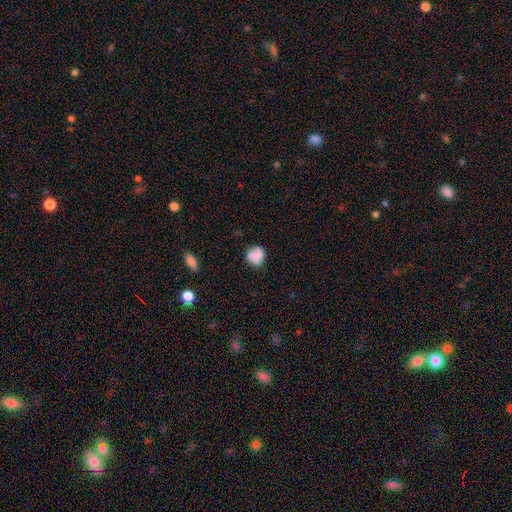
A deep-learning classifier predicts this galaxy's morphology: Smooth or featured? smooth (74%)
How rounded? round (74%)
Merging? none (61%)